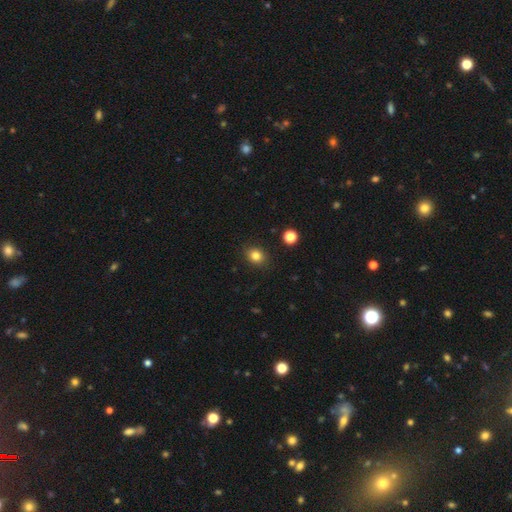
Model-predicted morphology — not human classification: Smooth or featured: smooth — 83% (star or artifact — 12%)
How rounded: round — 59% (in between — 40%)
Merging: none — 88% (minor disturbance — 8%)